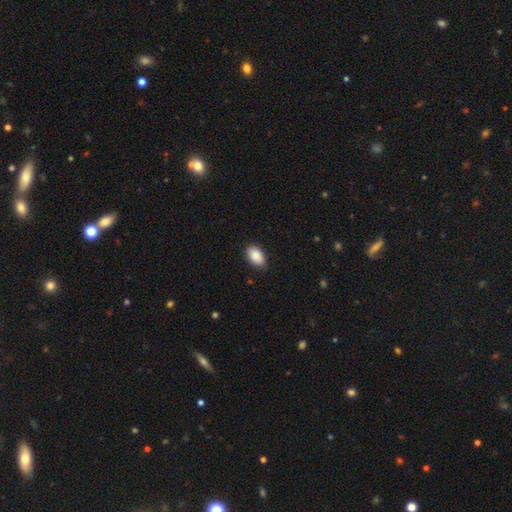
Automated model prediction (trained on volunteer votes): Overall: smooth (89%). How rounded: in between (93%). Merging: none (85%).